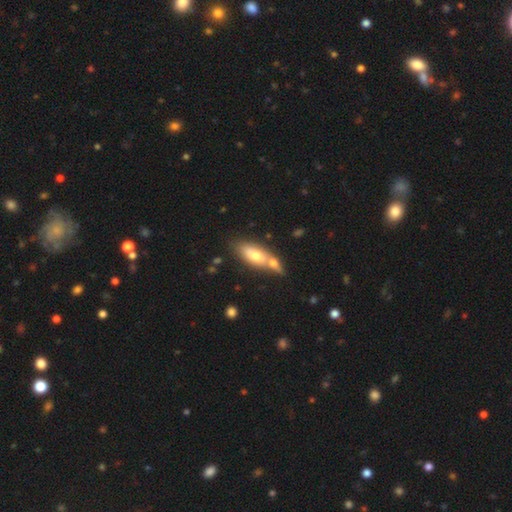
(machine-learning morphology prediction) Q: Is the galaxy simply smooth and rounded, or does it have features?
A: smooth — 66%.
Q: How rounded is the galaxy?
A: in between — 77%.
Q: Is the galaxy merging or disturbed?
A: merger — 46%.